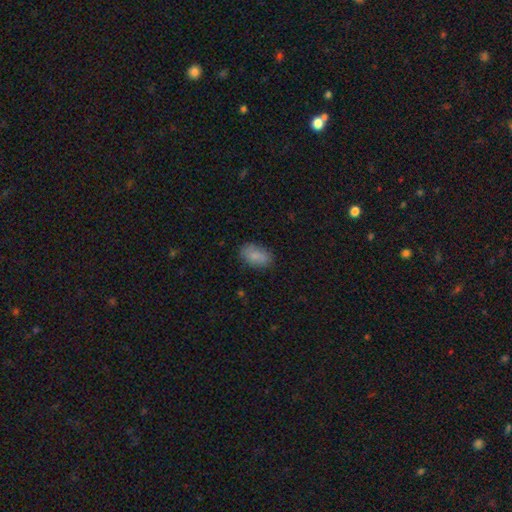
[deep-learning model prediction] This appears to be a smooth galaxy with no disk features (83%) that is in between round and cigar-shaped (90%). Merging: none (79%).